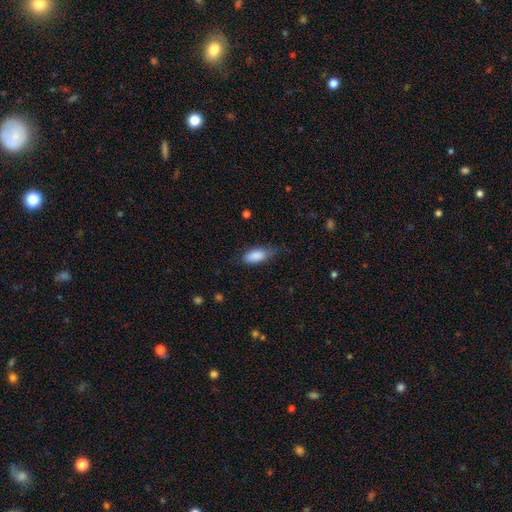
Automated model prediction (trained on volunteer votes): Smooth or featured? smooth (86%)
How rounded? in between (85%)
Merging? none (58%)